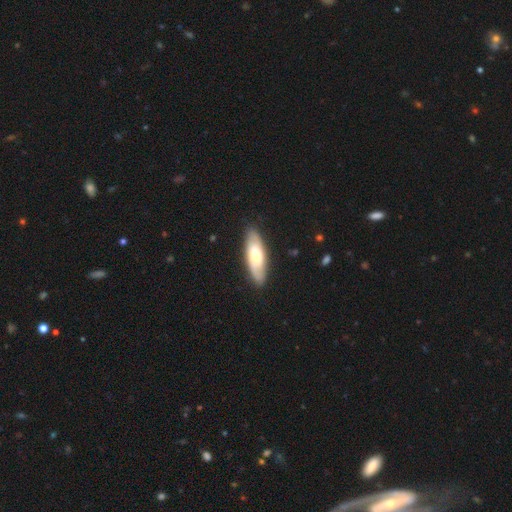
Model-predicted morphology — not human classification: smooth-or-featured: smooth: 53% | featured or disk: 42% | star or artifact: 5%
  how-rounded: in between: 61% | cigar-shaped: 37% | round: 2%
  merging: none: 86% | minor disturbance: 10% | major disturbance: 2% | merger: 1%